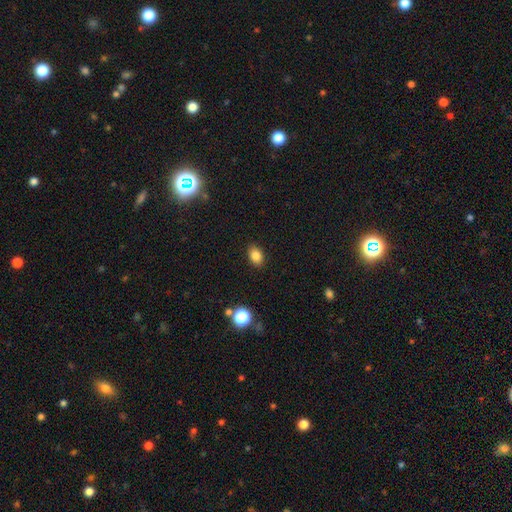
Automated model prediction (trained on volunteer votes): Smooth or featured? Predicted: smooth (p=0.84). How rounded? Predicted: in between (p=0.78). Merging? Predicted: none (p=0.88).